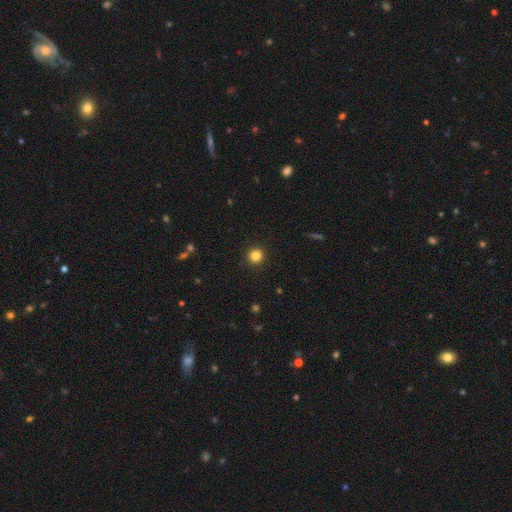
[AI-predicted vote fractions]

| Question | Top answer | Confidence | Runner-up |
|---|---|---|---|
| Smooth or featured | smooth | 83% | star or artifact (12%) |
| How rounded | round | 95% | in between (4%) |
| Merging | none | 93% | minor disturbance (4%) |